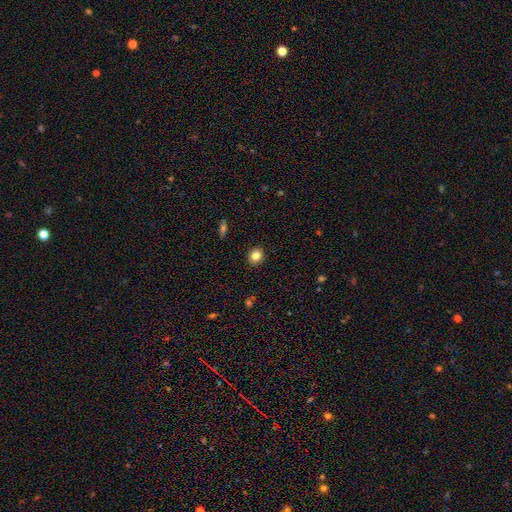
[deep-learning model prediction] The model was most divided on "smooth or featured": smooth: 81%, star or artifact: 12%, featured or disk: 7%. More confident: merging — none (92%); how rounded — round (84%).